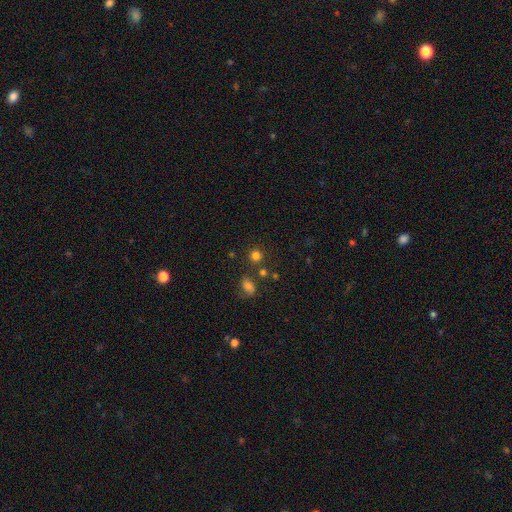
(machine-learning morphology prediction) Smooth or featured?
  - smooth: 78% *
  - star or artifact: 16%
  - featured or disk: 6%
How rounded?
  - round: 90% *
  - in between: 9%
  - cigar-shaped: 1%
Merging?
  - none: 78% *
  - merger: 10%
  - minor disturbance: 8%
  - major disturbance: 3%